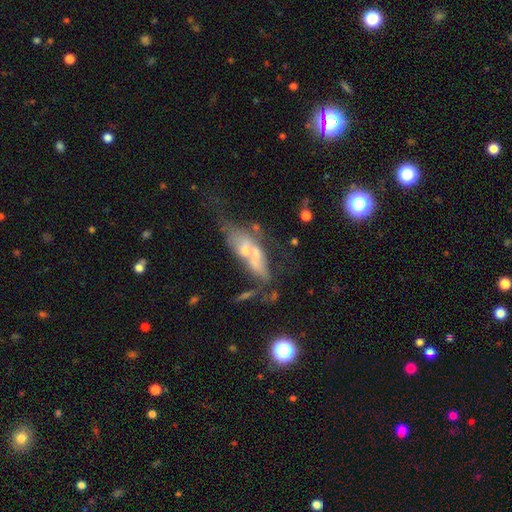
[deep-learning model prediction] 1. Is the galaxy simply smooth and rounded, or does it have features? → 50% featured or disk, 40% smooth, 10% star or artifact.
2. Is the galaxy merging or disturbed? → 56% merger, 18% major disturbance, 16% none, 11% minor disturbance.